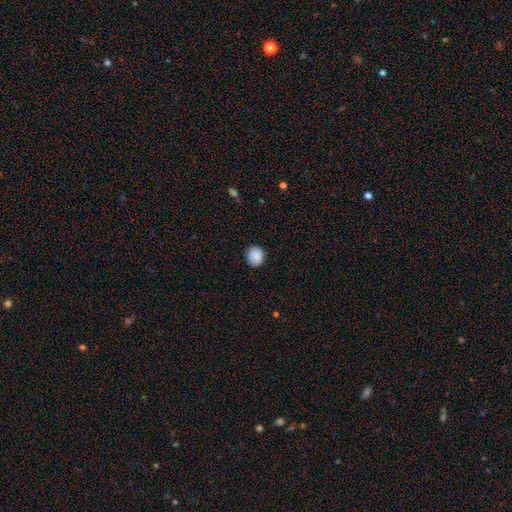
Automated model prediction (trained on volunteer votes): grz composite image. It shows a smooth galaxy with no disk features (88%) that is round (79%). Merging: none (86%).